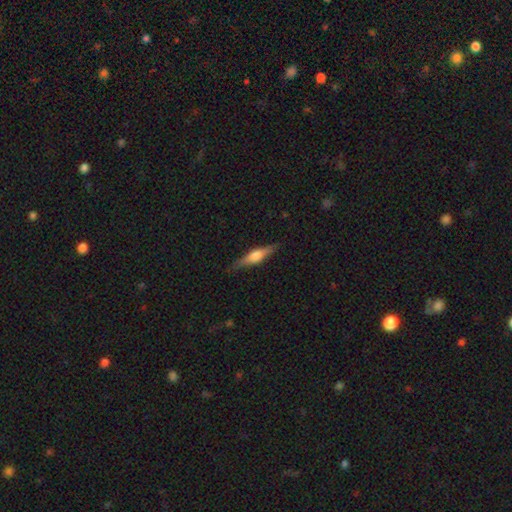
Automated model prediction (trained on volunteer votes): Smooth or featured? Predicted: featured or disk (p=0.63). Edge-on disk? Predicted: yes (p=0.96). Edge-on bulge? Predicted: rounded (p=0.88). Merging? Predicted: none (p=0.88).